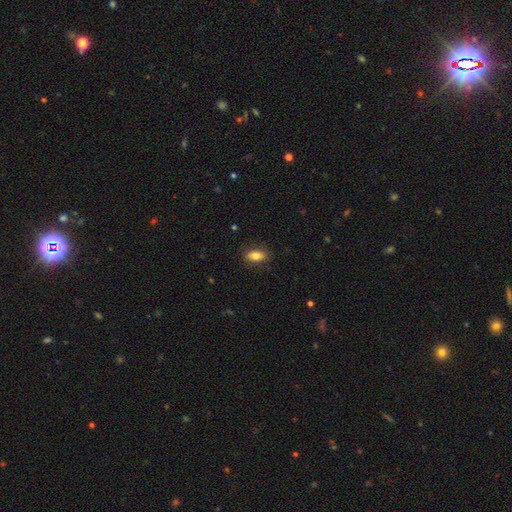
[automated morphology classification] Overall: smooth (80%). How rounded: in between (88%). Merging: none (85%).